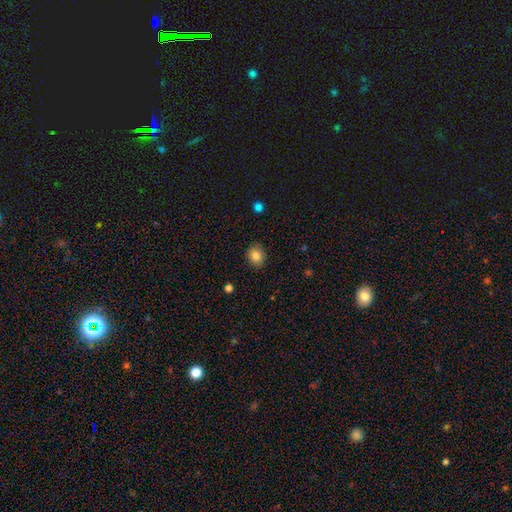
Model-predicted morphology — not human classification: Overall: smooth (85%). How rounded: round (58%; in between 41%). Merging: none (87%).